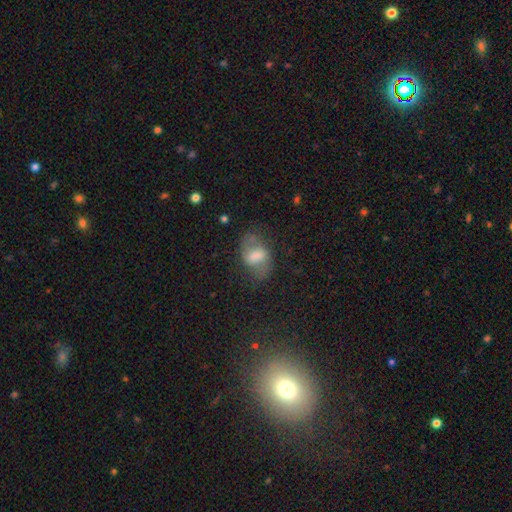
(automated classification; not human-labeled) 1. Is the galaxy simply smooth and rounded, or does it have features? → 46% smooth, 42% featured or disk, 11% star or artifact.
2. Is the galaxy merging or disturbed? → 57% none, 23% minor disturbance, 17% major disturbance, 3% merger.